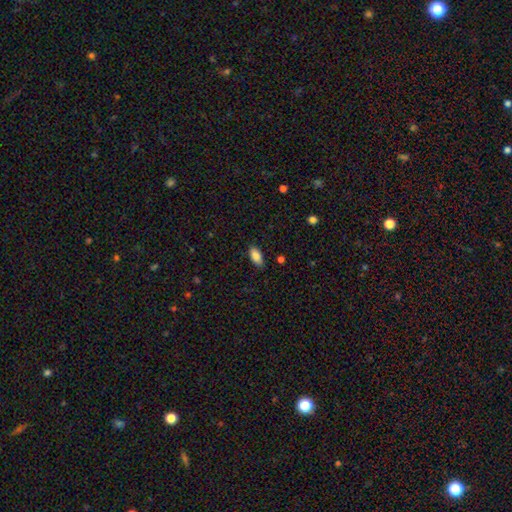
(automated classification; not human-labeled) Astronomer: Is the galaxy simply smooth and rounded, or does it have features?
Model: smooth — 86%.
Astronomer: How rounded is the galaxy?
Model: in between — 90%.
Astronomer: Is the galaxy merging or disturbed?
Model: none — 84%.